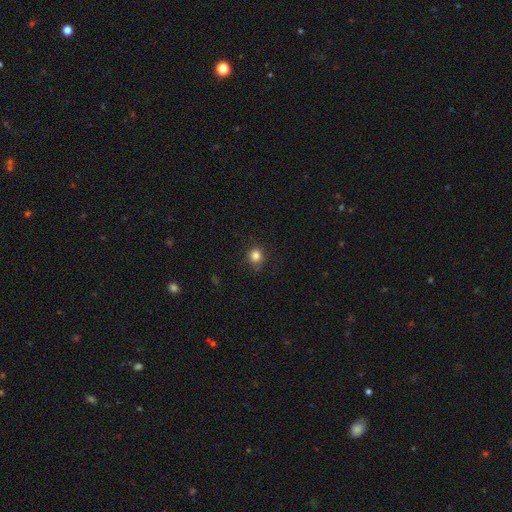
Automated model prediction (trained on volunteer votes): Smooth or featured? smooth (83%)
How rounded? round (90%)
Merging? none (85%)